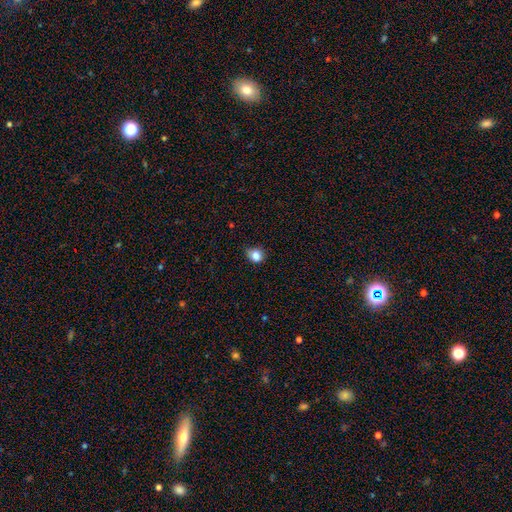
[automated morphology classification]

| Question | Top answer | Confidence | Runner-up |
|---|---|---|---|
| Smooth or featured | smooth | 84% | star or artifact (11%) |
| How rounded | round | 77% | in between (22%) |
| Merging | none | 70% | minor disturbance (24%) |